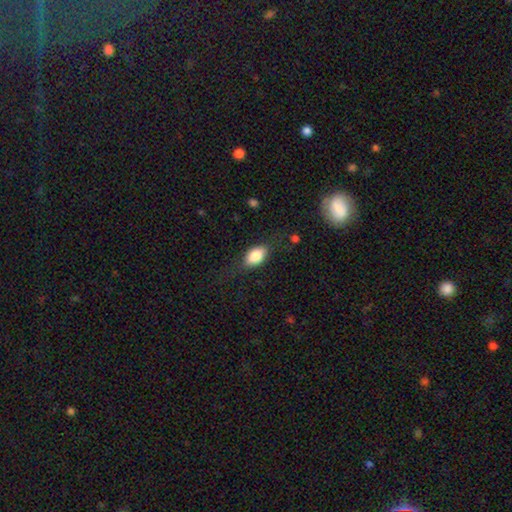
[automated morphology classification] Smooth or featured?
  - smooth: 81% *
  - featured or disk: 12%
  - star or artifact: 7%
How rounded?
  - in between: 89% *
  - round: 7%
  - cigar-shaped: 4%
Merging?
  - none: 76% *
  - minor disturbance: 16%
  - major disturbance: 7%
  - merger: 1%